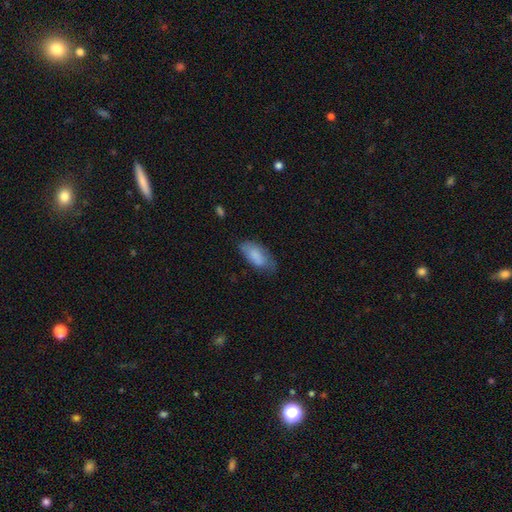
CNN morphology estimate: smooth-or-featured: smooth: 80% | featured or disk: 13% | star or artifact: 7%
  how-rounded: in between: 90% | cigar-shaped: 7% | round: 2%
  merging: none: 56% | minor disturbance: 32% | major disturbance: 10% | merger: 2%